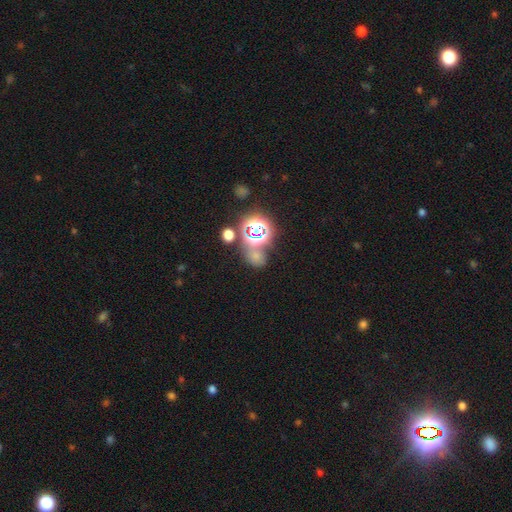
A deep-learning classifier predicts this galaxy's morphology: Smooth or featured? Predicted: star or artifact (p=0.46).